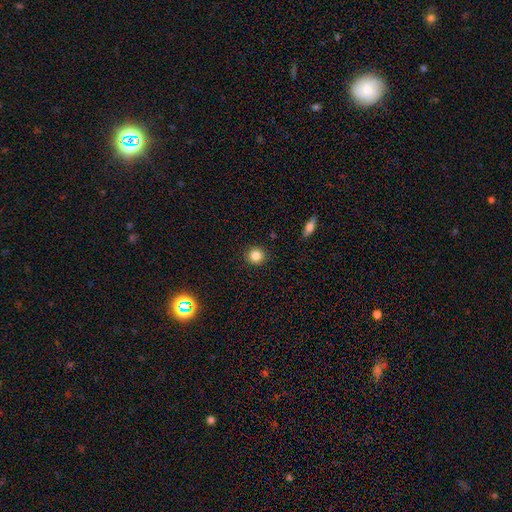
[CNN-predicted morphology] A smooth galaxy with no disk features (83%) that is round (92%).

Vote fractions:
- Smooth or featured? smooth: 83% / star or artifact: 11% / featured or disk: 5%
- How rounded? round: 92% / in between: 7% / cigar-shaped: 1%
- Merging? none: 91% / minor disturbance: 6% / major disturbance: 2% / merger: 1%